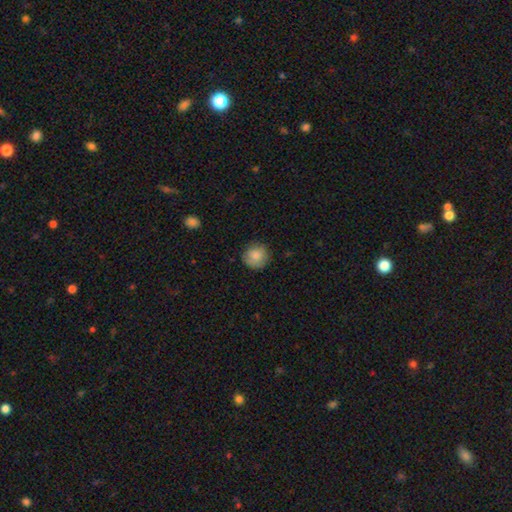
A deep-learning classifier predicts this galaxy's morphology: This appears to be a smooth galaxy with no disk features (82%) that is round (92%). Merging: none (82%).